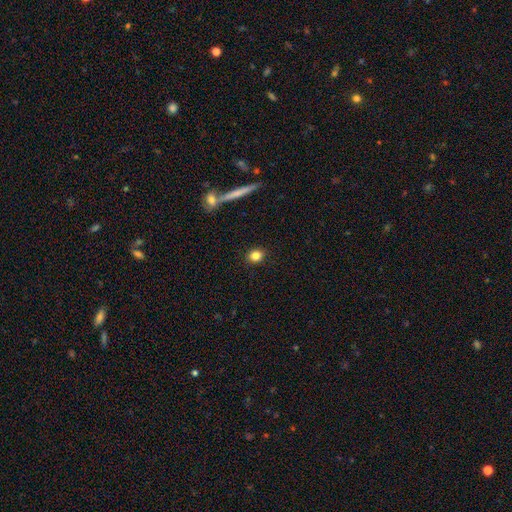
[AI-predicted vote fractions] Smooth or featured? smooth (82%)
How rounded? round (68%)
Merging? none (88%)